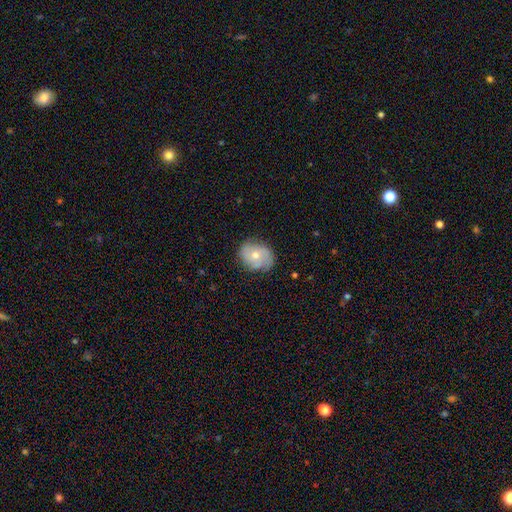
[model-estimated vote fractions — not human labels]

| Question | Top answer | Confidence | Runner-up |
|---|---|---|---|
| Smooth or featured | smooth | 51% | featured or disk (41%) |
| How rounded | round | 50% | in between (49%) |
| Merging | none | 71% | minor disturbance (22%) |